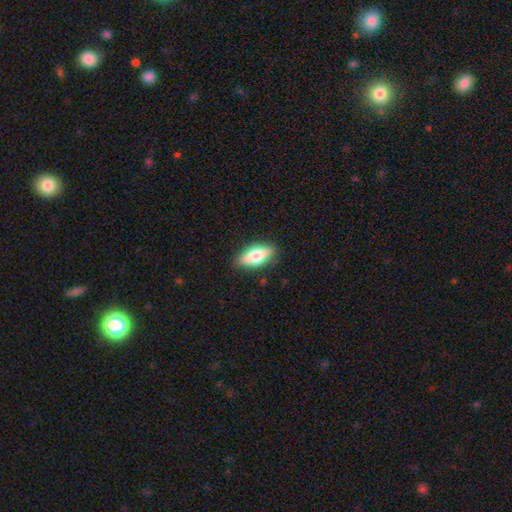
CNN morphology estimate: type=smooth (73%); roundness=in between (81%); merging=none (85%).